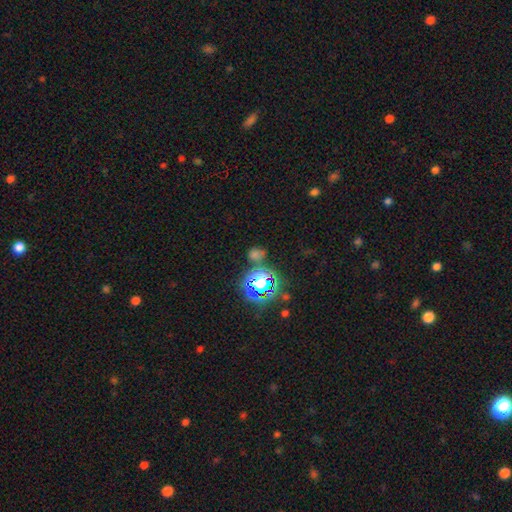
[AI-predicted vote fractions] Smooth or featured? Predicted: star or artifact (p=0.58).